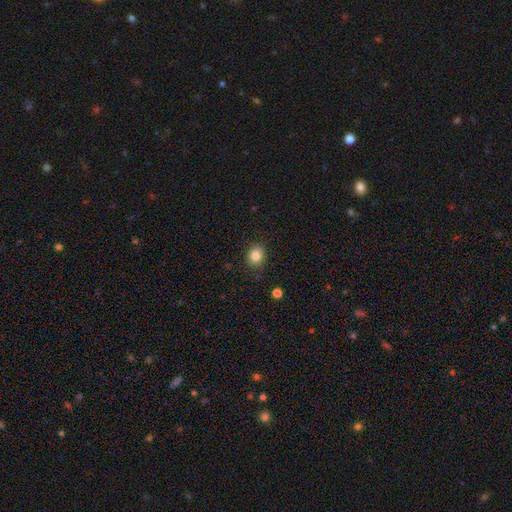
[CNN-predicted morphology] smooth 83%, star or artifact 11%, featured or disk 7%. Down the decision tree: how rounded — round (70%); merging — none (85%).